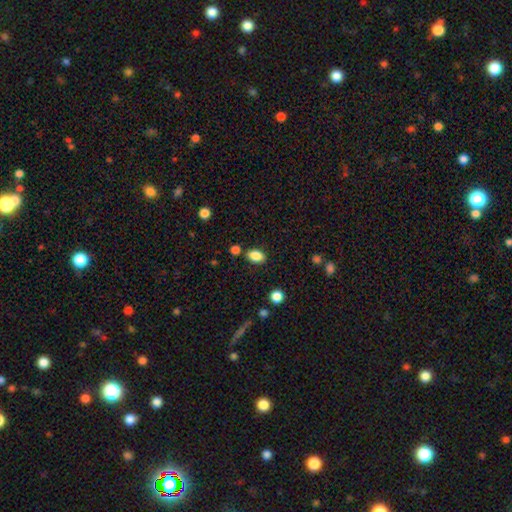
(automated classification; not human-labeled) A smooth galaxy with no disk features (86%) that is in between round and cigar-shaped (86%).

Vote fractions:
- Smooth or featured? smooth: 86% / star or artifact: 9% / featured or disk: 5%
- How rounded? in between: 86% / round: 12% / cigar-shaped: 2%
- Merging? none: 81% / minor disturbance: 10% / merger: 6% / major disturbance: 3%